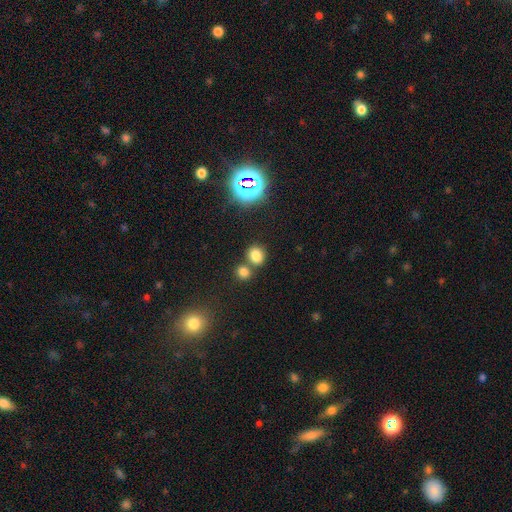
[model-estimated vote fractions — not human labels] smooth-or-featured: smooth: 77% | star or artifact: 17% | featured or disk: 6%
  how-rounded: round: 68% | in between: 31% | cigar-shaped: 1%
  merging: none: 60% | merger: 29% | minor disturbance: 8% | major disturbance: 3%